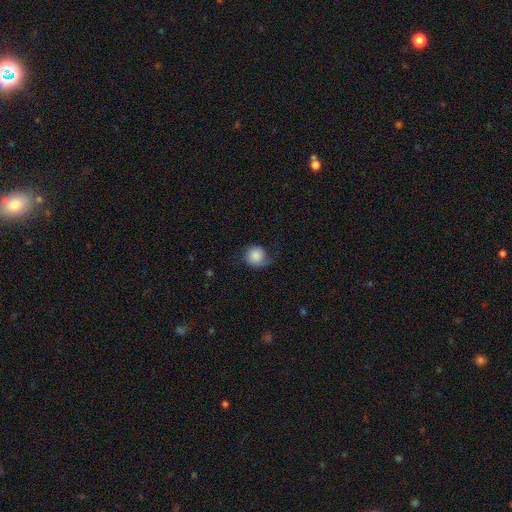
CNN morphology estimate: type=smooth (78%); roundness=round (80%); merging=none (53%).